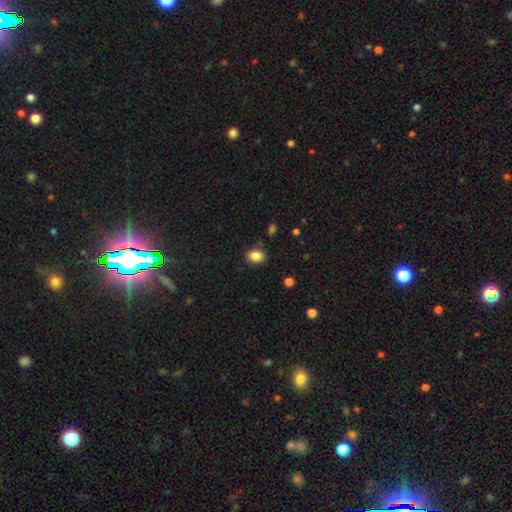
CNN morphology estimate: smooth-or-featured: smooth: 86% | star or artifact: 9% | featured or disk: 4%
  how-rounded: in between: 68% | round: 31% | cigar-shaped: 1%
  merging: none: 84% | minor disturbance: 11% | major disturbance: 3% | merger: 2%